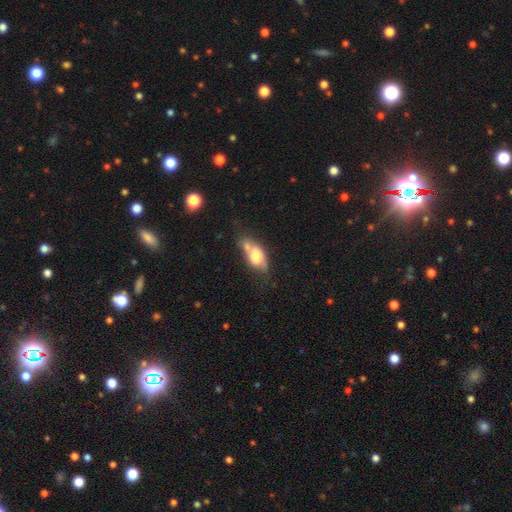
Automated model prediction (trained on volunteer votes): Overall: smooth (58%; featured or disk 33%). How rounded: in between (82%). Merging: merger (34%; none 29%).